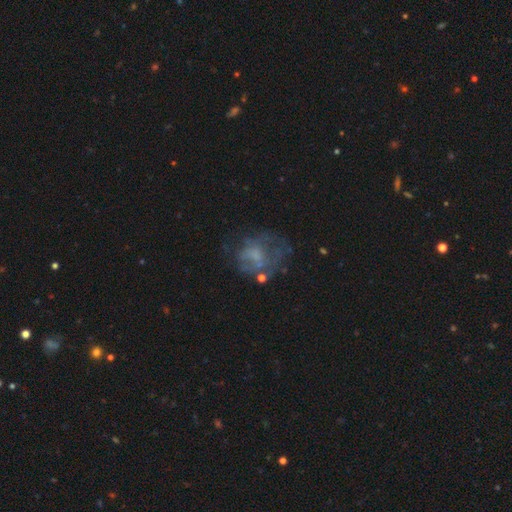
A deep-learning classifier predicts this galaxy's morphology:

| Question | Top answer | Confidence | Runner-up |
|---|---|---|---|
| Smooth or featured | featured or disk | 50% | smooth (36%) |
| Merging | none | 44% | major disturbance (30%) |